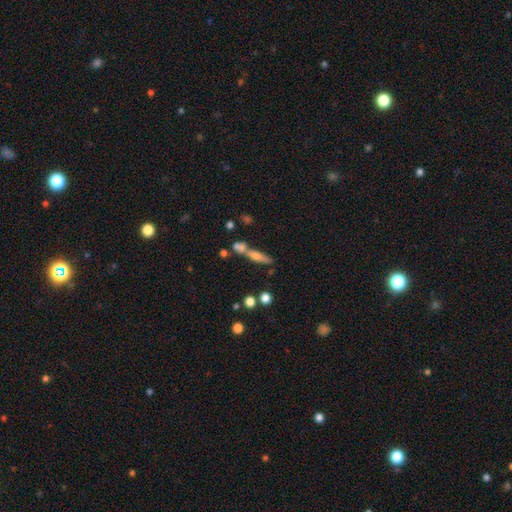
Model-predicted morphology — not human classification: Smooth or featured?
  - smooth: 51% *
  - featured or disk: 39%
  - star or artifact: 10%
How rounded?
  - cigar-shaped: 77% *
  - in between: 19%
  - round: 4%
Merging?
  - none: 52% *
  - merger: 29%
  - minor disturbance: 13%
  - major disturbance: 6%